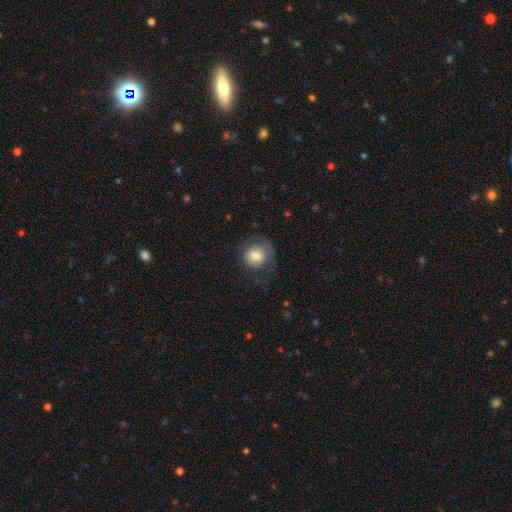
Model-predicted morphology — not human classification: This is likely a smooth galaxy (66%). How rounded: clearly round (84%). Merging: possibly none (57%).